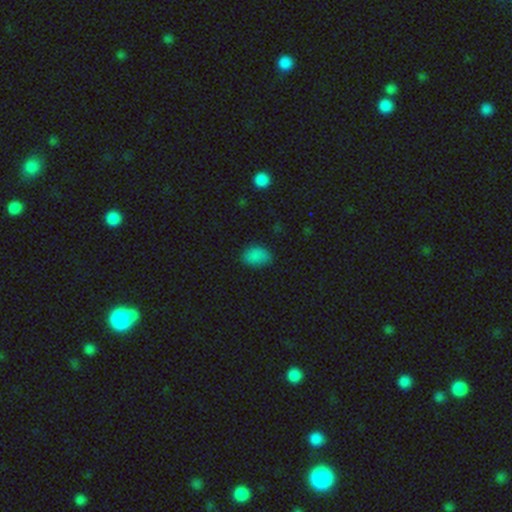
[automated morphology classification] A smooth galaxy with no disk features (83%) that is in between round and cigar-shaped (85%).

Vote fractions:
- Smooth or featured? smooth: 83% / star or artifact: 13% / featured or disk: 4%
- How rounded? in between: 85% / round: 14% / cigar-shaped: 1%
- Merging? none: 79% / minor disturbance: 16% / major disturbance: 3% / merger: 1%